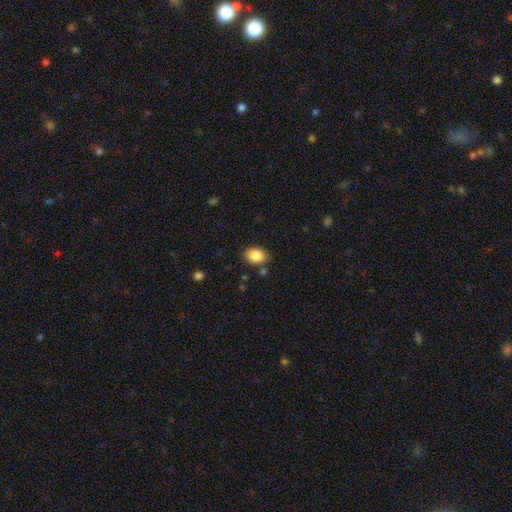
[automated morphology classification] type=smooth (86%); roundness=in between (69%); merging=none (81%).